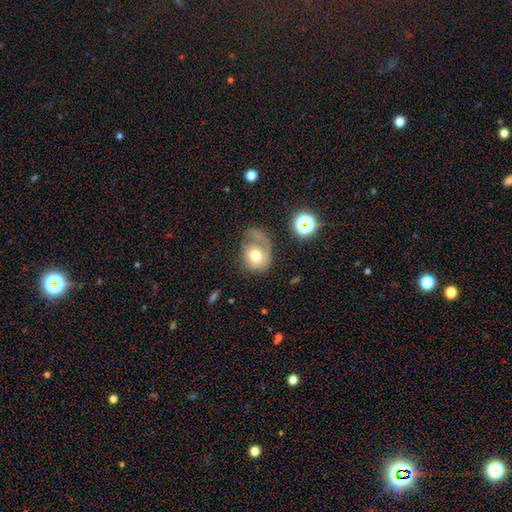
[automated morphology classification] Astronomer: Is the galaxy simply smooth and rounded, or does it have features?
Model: smooth — 59%.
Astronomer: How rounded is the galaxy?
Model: in between — 50% (runner-up: round, 49%).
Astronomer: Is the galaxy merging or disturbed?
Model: major disturbance — 39% (runner-up: none, 29%).